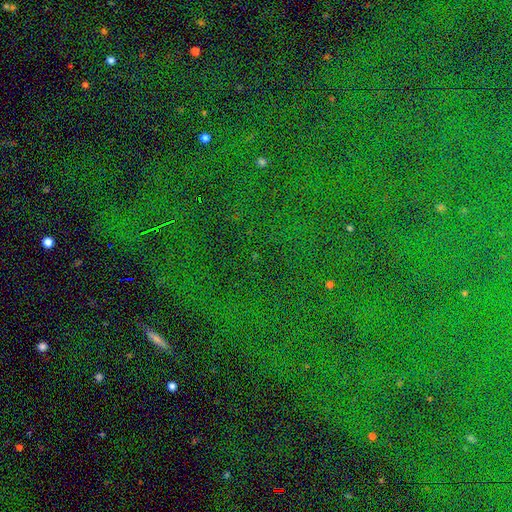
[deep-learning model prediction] The model was most divided on "smooth or featured": star or artifact: 82%, smooth: 10%, featured or disk: 8%.